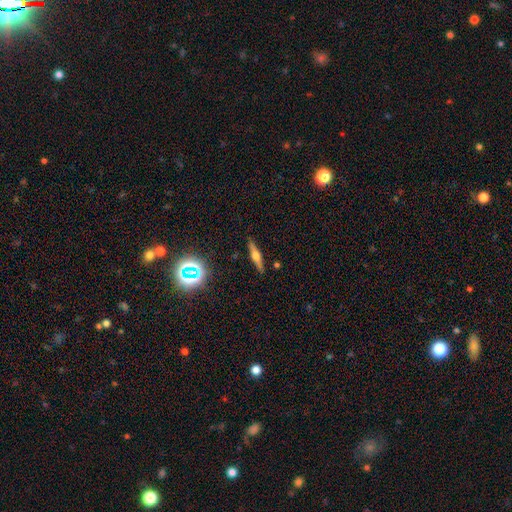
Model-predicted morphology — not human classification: The model was most divided on "smooth or featured": featured or disk: 57%, smooth: 32%, star or artifact: 11%. More confident: edge-on disk — yes (96%); merging — none (89%); edge-on bulge — rounded (87%).